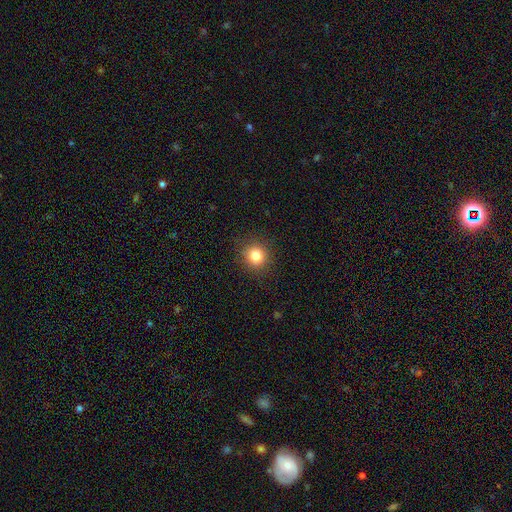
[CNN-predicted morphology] This is clearly a smooth galaxy (83%). How rounded: clearly round (90%). Merging: clearly none (90%).